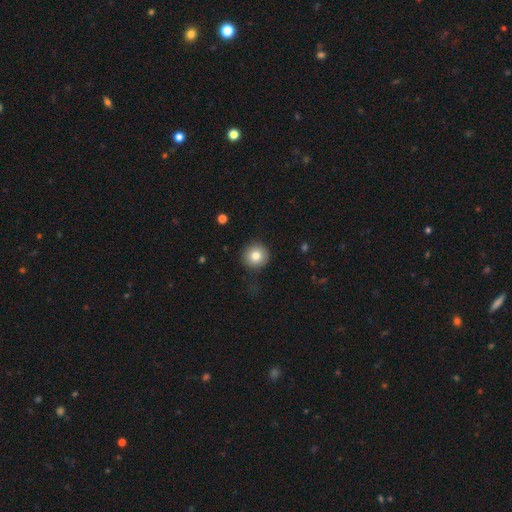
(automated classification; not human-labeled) smooth 80%, featured or disk 10%, star or artifact 10%. Down the decision tree: how rounded — round (95%); merging — none (88%).